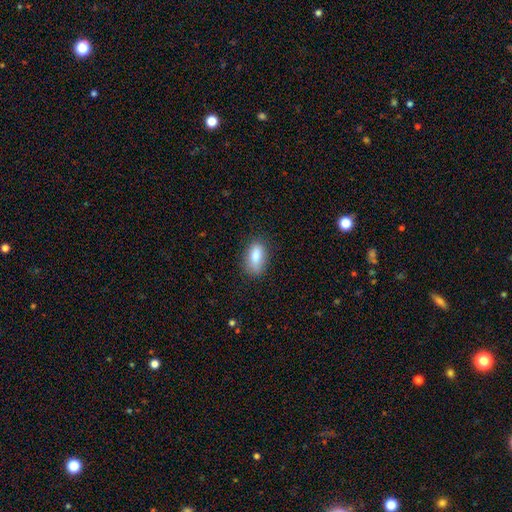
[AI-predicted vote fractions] A smooth galaxy with no disk features (81%) that is in between round and cigar-shaped (88%).

Vote fractions:
- Smooth or featured? smooth: 81% / featured or disk: 11% / star or artifact: 8%
- How rounded? in between: 88% / cigar-shaped: 6% / round: 6%
- Merging? none: 79% / minor disturbance: 16% / major disturbance: 4% / merger: 1%